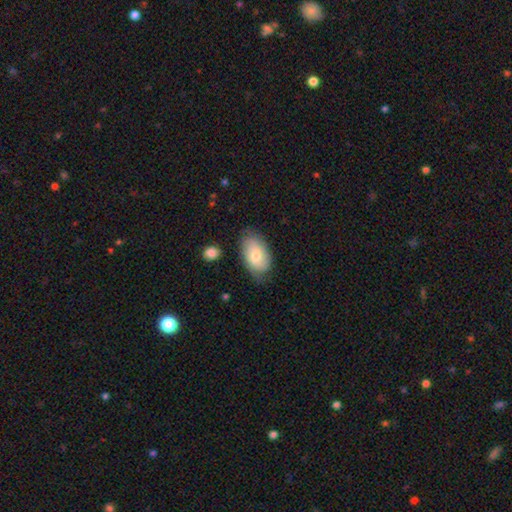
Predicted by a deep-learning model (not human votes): Q: Smooth or featured?
A: smooth (71%); runner-up: featured or disk (23%)
Q: How rounded?
A: in between (93%); runner-up: round (6%)
Q: Merging?
A: none (70%); runner-up: minor disturbance (23%)